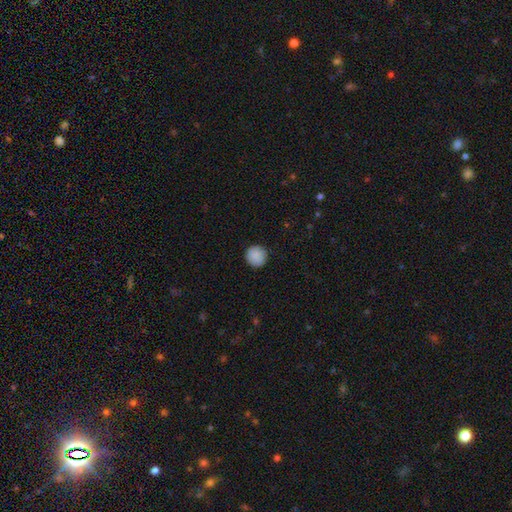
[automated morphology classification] smooth 89%, star or artifact 7%, featured or disk 4%. Down the decision tree: how rounded — round (95%); merging — none (90%).